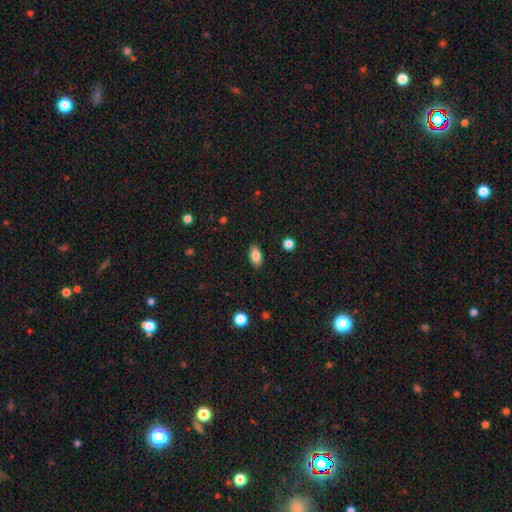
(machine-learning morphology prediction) type=smooth (84%); roundness=in between (90%); merging=none (88%).